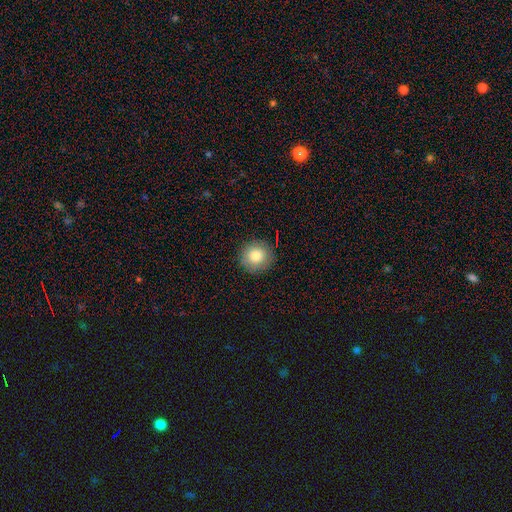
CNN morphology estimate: Smooth or featured?
  - smooth: 83% *
  - star or artifact: 9%
  - featured or disk: 8%
How rounded?
  - round: 93% *
  - in between: 6%
  - cigar-shaped: 1%
Merging?
  - none: 89% *
  - minor disturbance: 8%
  - major disturbance: 2%
  - merger: 1%